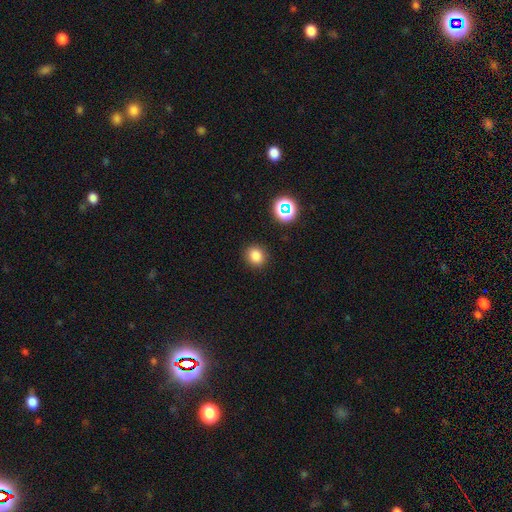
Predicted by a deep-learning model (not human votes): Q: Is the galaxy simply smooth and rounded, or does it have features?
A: smooth — 82%.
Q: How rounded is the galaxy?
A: round — 73%.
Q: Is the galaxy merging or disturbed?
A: none — 89%.